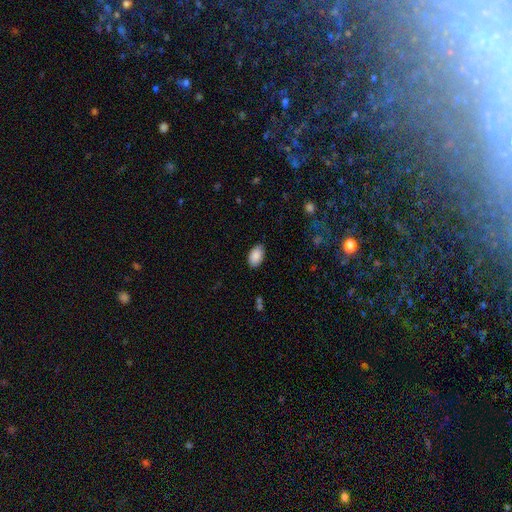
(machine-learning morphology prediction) smooth 89%, star or artifact 6%, featured or disk 4%. Down the decision tree: how rounded — in between (93%); merging — none (85%).